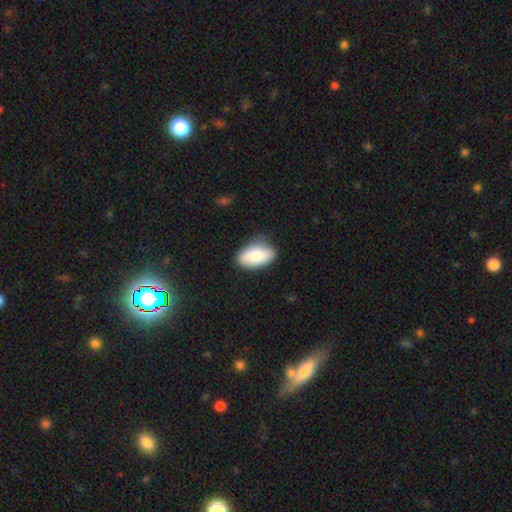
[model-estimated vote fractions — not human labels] Smooth or featured? smooth (87%)
How rounded? in between (94%)
Merging? none (77%)